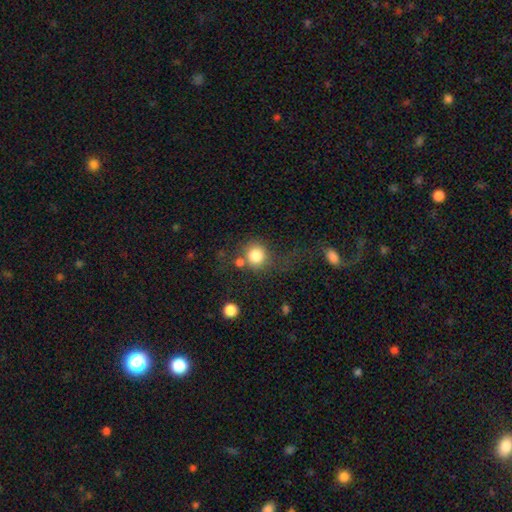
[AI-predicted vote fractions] Smooth or featured? Predicted: smooth (p=0.82). How rounded? Predicted: round (p=0.89). Merging? Predicted: none (p=0.60).